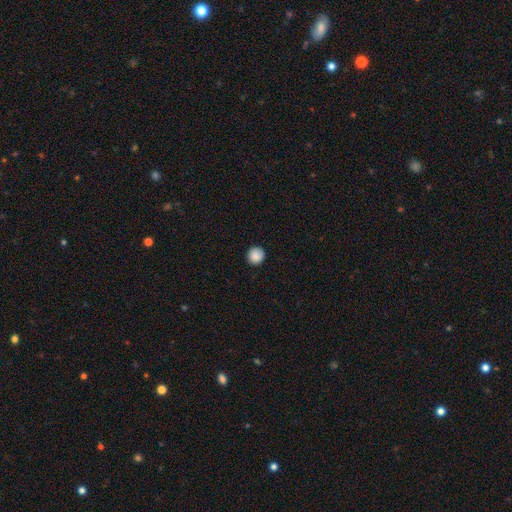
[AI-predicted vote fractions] Smooth or featured? Predicted: smooth (p=0.88). How rounded? Predicted: round (p=0.95). Merging? Predicted: none (p=0.91).